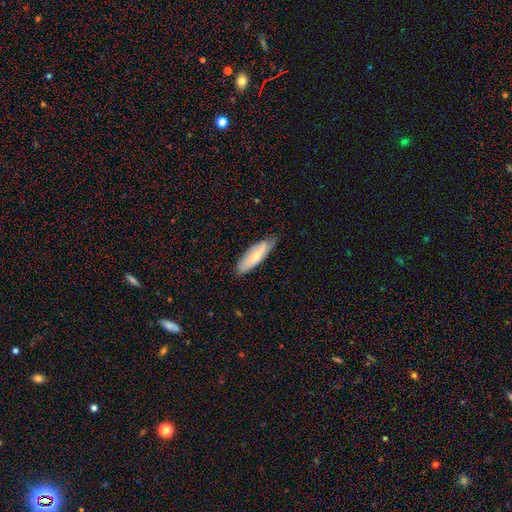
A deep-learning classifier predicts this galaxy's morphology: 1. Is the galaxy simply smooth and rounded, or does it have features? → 54% smooth, 40% featured or disk, 6% star or artifact.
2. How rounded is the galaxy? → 53% in between, 45% cigar-shaped, 2% round.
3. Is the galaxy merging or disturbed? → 76% none, 19% minor disturbance, 3% major disturbance, 1% merger.